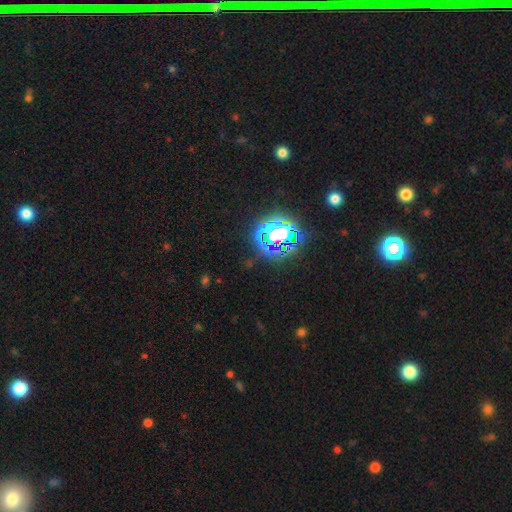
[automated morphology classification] The model was most divided on "smooth or featured": star or artifact: 76%, smooth: 16%, featured or disk: 8%.